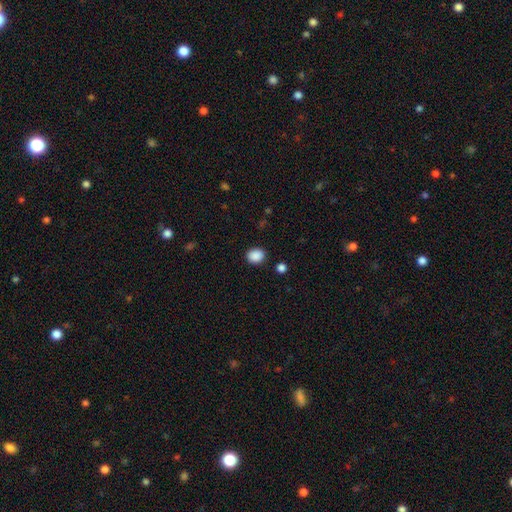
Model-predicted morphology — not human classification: Smooth or featured? Predicted: smooth (p=0.88). How rounded? Predicted: round (p=0.60). Merging? Predicted: none (p=0.88).